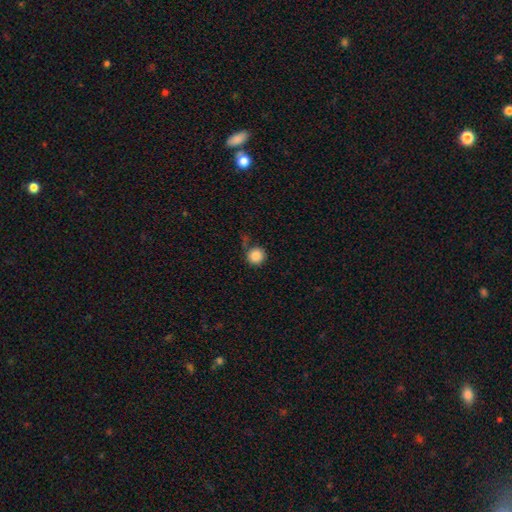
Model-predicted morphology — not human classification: This appears to be a smooth galaxy with no disk features (87%) that is round (94%). Merging: none (76%).